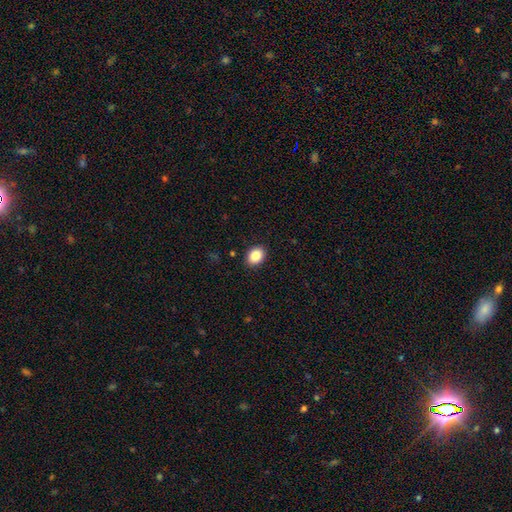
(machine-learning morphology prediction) Smooth or featured?
  - smooth: 86% *
  - star or artifact: 9%
  - featured or disk: 5%
How rounded?
  - in between: 64% *
  - round: 35%
  - cigar-shaped: 1%
Merging?
  - none: 91% *
  - minor disturbance: 7%
  - major disturbance: 2%
  - merger: 1%